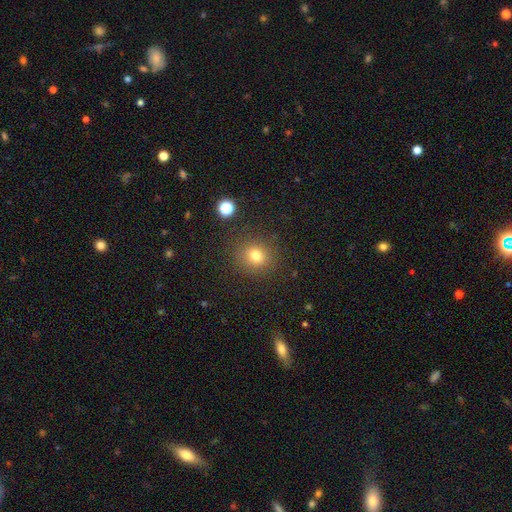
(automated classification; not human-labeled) smooth-or-featured: smooth: 77% | star or artifact: 15% | featured or disk: 8%
  how-rounded: round: 84% | in between: 15% | cigar-shaped: 1%
  merging: none: 87% | minor disturbance: 8% | major disturbance: 3% | merger: 2%